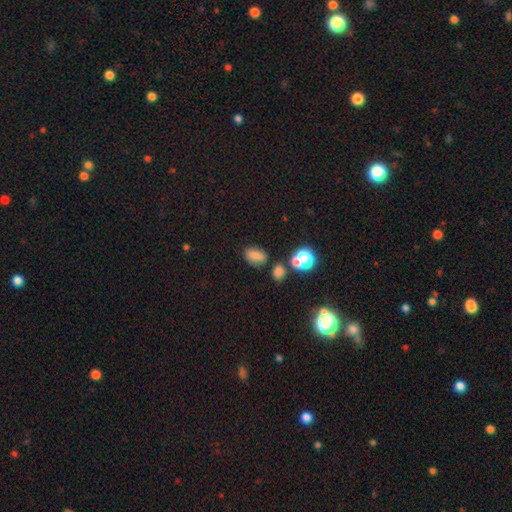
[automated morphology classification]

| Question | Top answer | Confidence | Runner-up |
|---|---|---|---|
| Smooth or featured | smooth | 77% | star or artifact (16%) |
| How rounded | in between | 80% | round (18%) |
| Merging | none | 72% | minor disturbance (15%) |